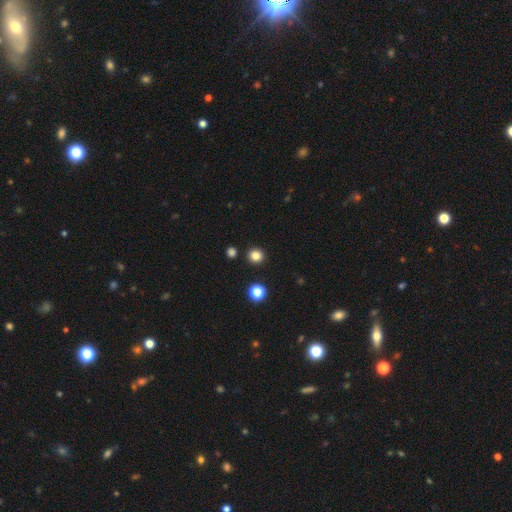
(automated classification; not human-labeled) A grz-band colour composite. It shows a smooth galaxy with no disk features (83%) that is round (91%). Merging: none (91%).